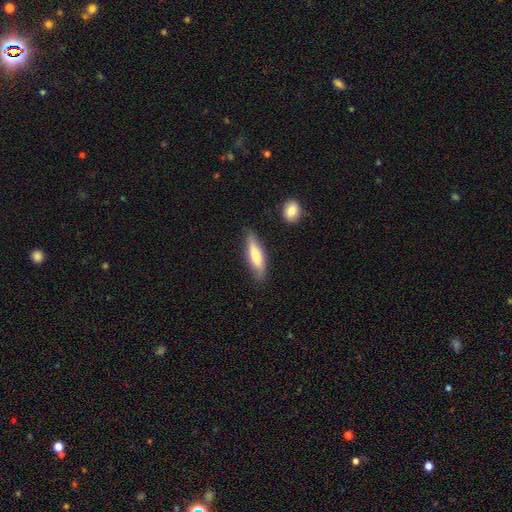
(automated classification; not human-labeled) The model was most divided on "how rounded": cigar-shaped: 68%, in between: 30%, round: 2%. More confident: merging — none (75%); smooth or featured — smooth (67%).